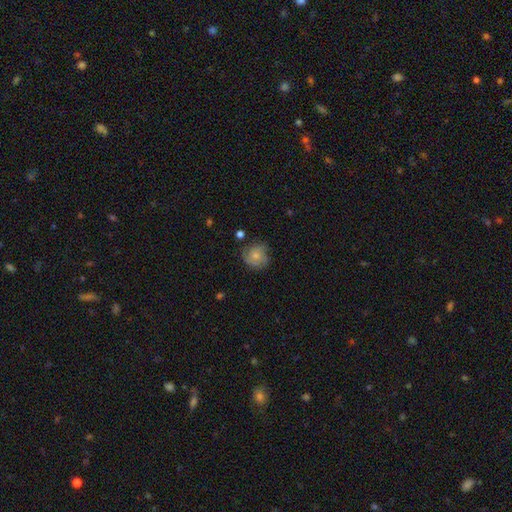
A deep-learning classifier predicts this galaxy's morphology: A featured or disk galaxy (52%) with no bar (78%), spiral arms (85%) and a small central bulge (55%).

Vote fractions:
- Smooth or featured? featured or disk: 52% / smooth: 40% / star or artifact: 8%
- Edge-on disk? no: 98% / yes: 2%
- Bar? no: 78% / weak: 19% / strong: 3%
- Spiral arms? yes: 85% / no: 15%
- Bulge size? small: 55% / moderate: 33% / none: 8% / large: 3% / dominant: 1%
- Merging? none: 68% / minor disturbance: 22% / major disturbance: 9% / merger: 2%